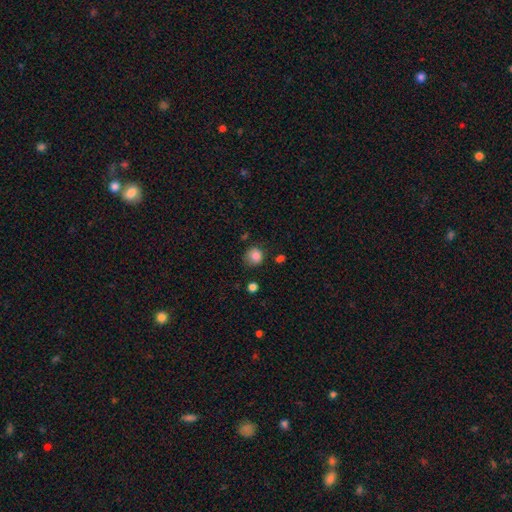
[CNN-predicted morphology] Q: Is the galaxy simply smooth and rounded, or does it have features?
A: smooth — 83%.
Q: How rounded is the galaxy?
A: round — 86%.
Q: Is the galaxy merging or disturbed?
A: none — 74%.